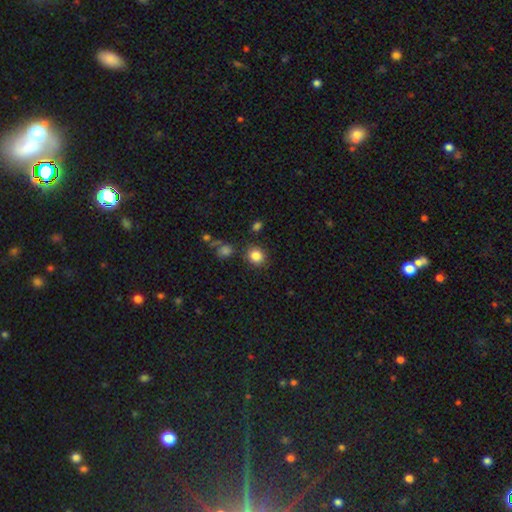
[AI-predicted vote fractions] This is clearly a smooth galaxy (84%). How rounded: likely round (77%). Merging: clearly none (84%).